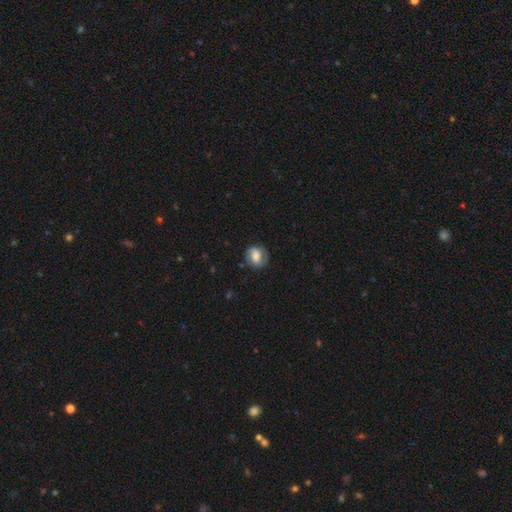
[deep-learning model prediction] smooth 53%, featured or disk 39%, star or artifact 8%. Down the decision tree: how rounded — round (65%); merging — none (74%).